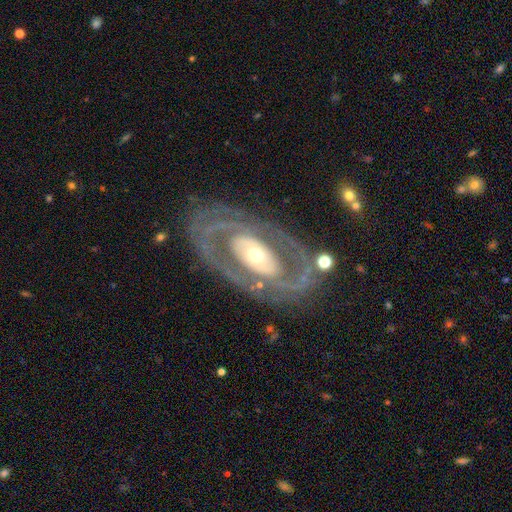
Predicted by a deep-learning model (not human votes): Smooth or featured? featured or disk (83%)
Edge-on disk? no (93%)
Bar? no (70%)
Spiral arms? yes (70%)
Spiral winding? tight (55%)
Spiral arm count? 2 (61%)
Bulge size? moderate (59%)
Merging? none (77%)